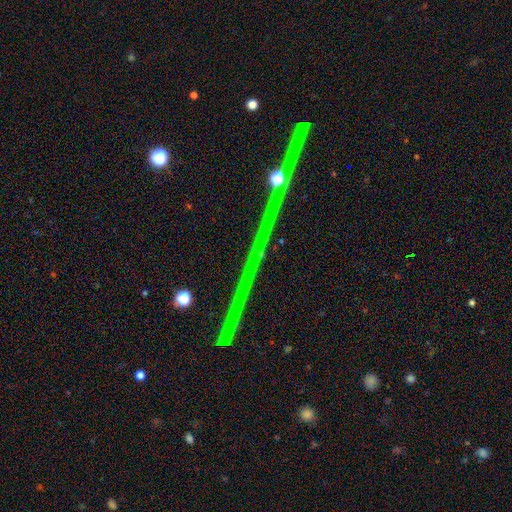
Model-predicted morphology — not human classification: type=star or artifact (57%).